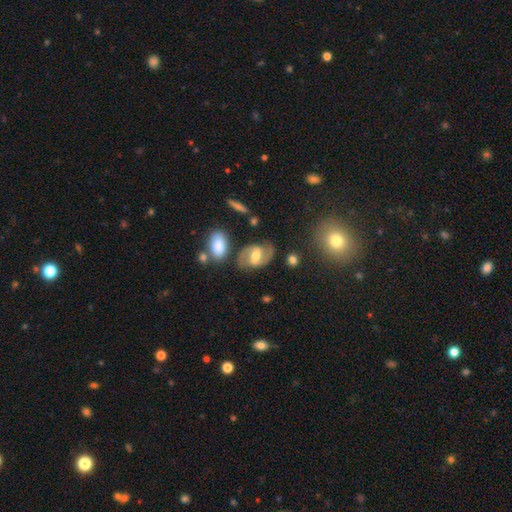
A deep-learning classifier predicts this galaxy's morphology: Smooth or featured? featured or disk (68%)
Edge-on disk? no (95%)
Bar? weak (43%)
Spiral arms? yes (85%)
Spiral winding? medium (49%)
Spiral arm count? 2 (88%)
Bulge size? moderate (65%)
Merging? none (72%)